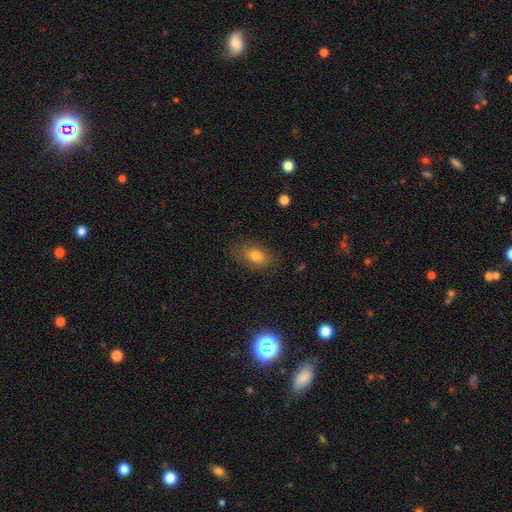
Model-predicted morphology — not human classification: This appears to be a smooth galaxy with no disk features (76%) that is in between round and cigar-shaped (86%). Merging: none (79%).